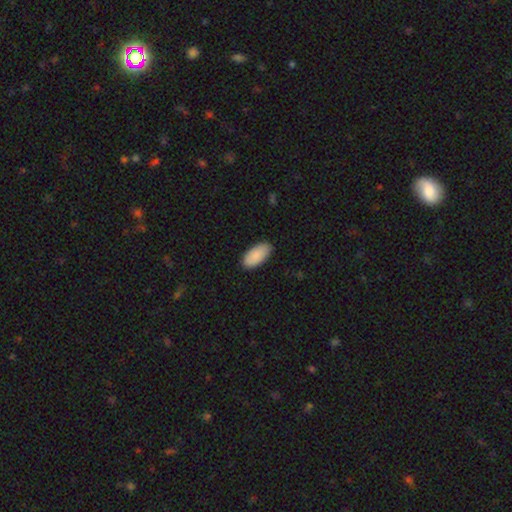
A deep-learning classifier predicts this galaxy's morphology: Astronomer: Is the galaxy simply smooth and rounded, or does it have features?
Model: smooth — 90%.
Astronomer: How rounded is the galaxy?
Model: in between — 94%.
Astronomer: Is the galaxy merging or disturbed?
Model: none — 86%.